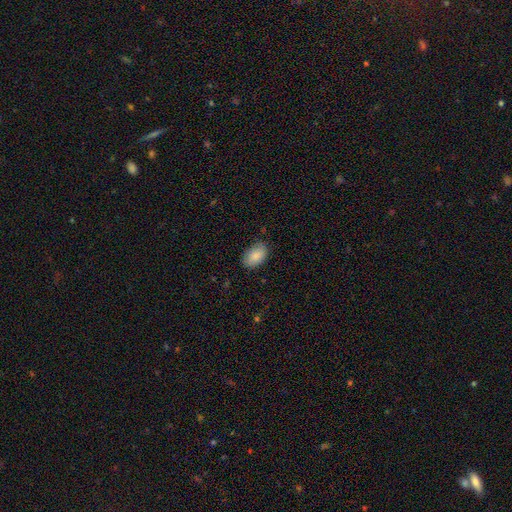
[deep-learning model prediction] Morphology: type=smooth (88%); roundness=in between (93%); merging=none (82%).